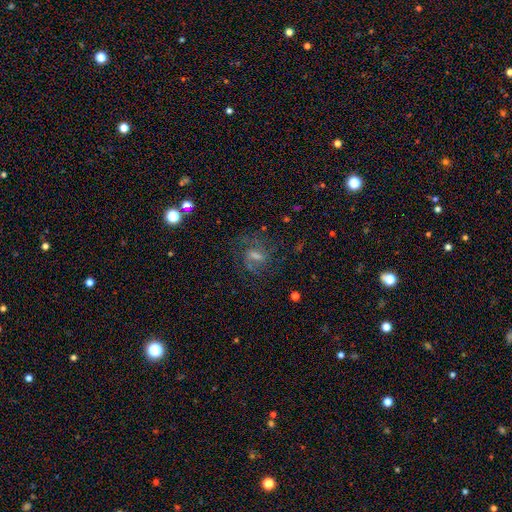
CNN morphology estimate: Overall: featured or disk (62%). Edge-on disk: no (95%). Bar: weak (50%; strong 29%). Spiral arms: yes (87%). Spiral arm count: 2 (54%; can't tell 25%). Spiral winding: medium (48%; tight 30%). Bulge size: moderate (35%; small 34%). Merging: none (68%).